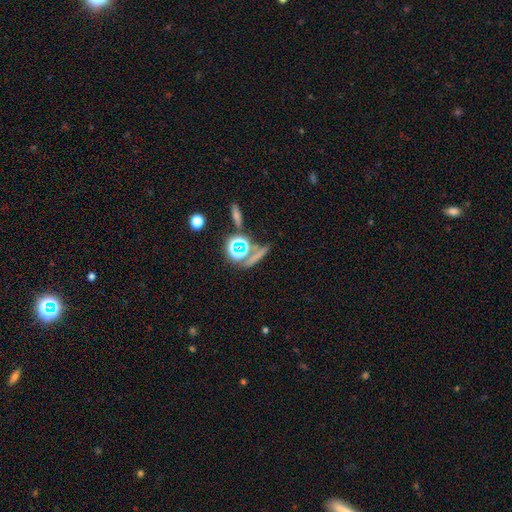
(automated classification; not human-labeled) Smooth or featured?
  - smooth: 43% *
  - star or artifact: 40%
  - featured or disk: 18%
Merging?
  - none: 66% *
  - merger: 17%
  - minor disturbance: 10%
  - major disturbance: 6%